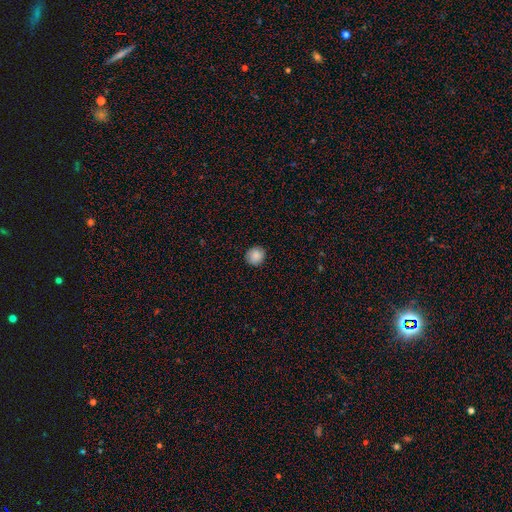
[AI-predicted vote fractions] Smooth or featured: smooth — 88% (star or artifact — 8%)
How rounded: round — 88% (in between — 12%)
Merging: none — 90% (minor disturbance — 7%)